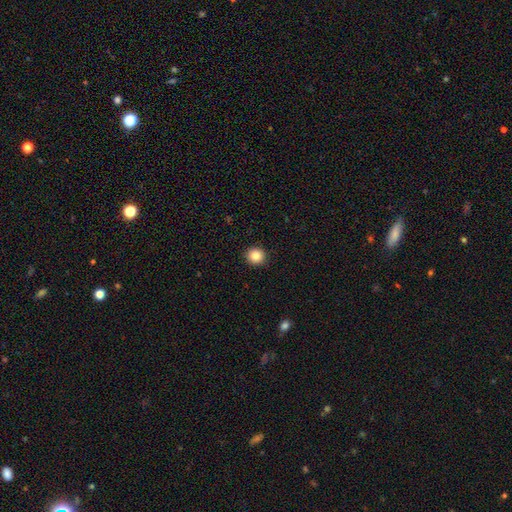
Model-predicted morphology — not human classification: Smooth or featured? smooth (84%)
How rounded? round (93%)
Merging? none (93%)